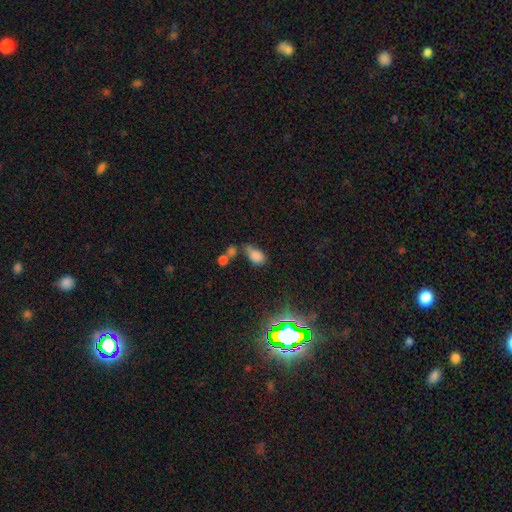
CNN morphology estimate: This appears to be a smooth galaxy with no disk features (77%) that is in between round and cigar-shaped (87%). Merging: none (36%).